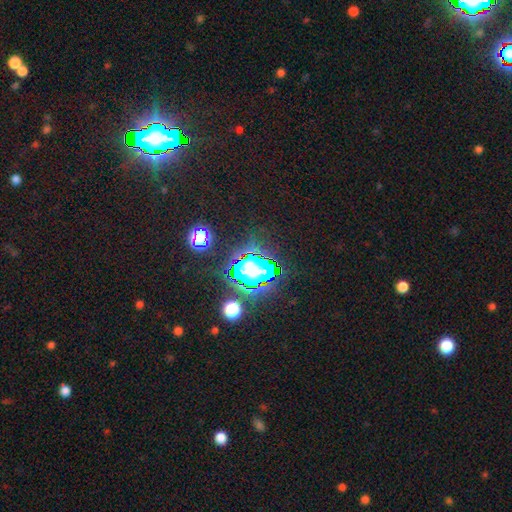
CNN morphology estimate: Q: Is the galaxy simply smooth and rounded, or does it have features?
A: star or artifact — 78%.